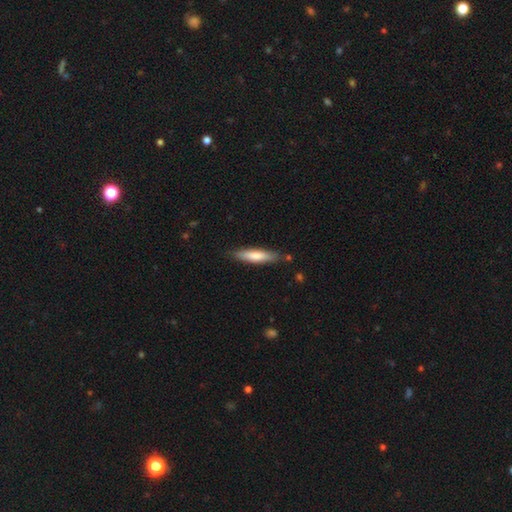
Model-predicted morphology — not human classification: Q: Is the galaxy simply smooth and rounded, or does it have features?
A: smooth — 73%.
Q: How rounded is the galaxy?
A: cigar-shaped — 79%.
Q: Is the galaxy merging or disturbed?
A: none — 83%.